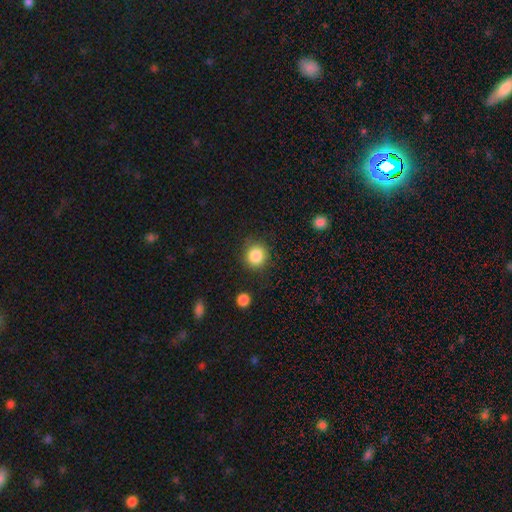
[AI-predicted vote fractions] Overall: smooth (86%). How rounded: round (89%). Merging: none (85%).